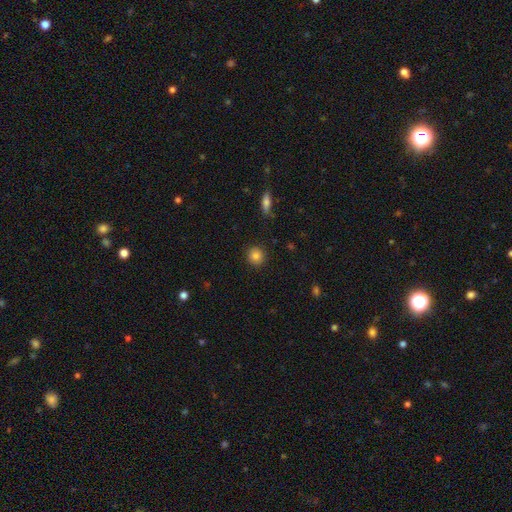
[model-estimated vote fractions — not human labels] Overall: smooth (84%). How rounded: round (91%). Merging: none (91%).